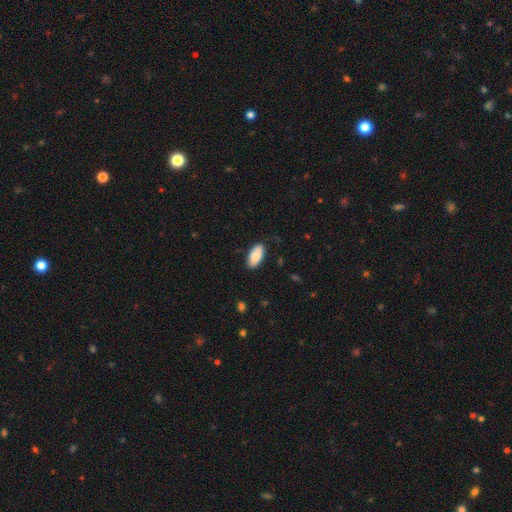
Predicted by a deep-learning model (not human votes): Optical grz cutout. It shows a smooth galaxy with no disk features (84%) that is in between round and cigar-shaped (93%). Merging: none (82%).